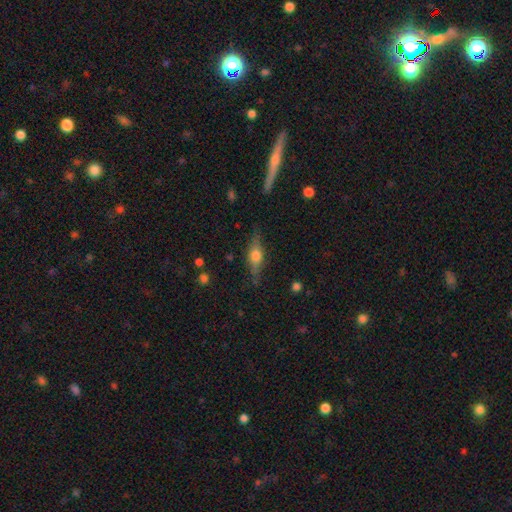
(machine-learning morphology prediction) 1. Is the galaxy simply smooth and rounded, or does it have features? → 52% featured or disk, 39% smooth, 8% star or artifact.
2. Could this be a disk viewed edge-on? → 92% yes, 8% no.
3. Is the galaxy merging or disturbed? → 80% none, 14% minor disturbance, 4% major disturbance, 2% merger.